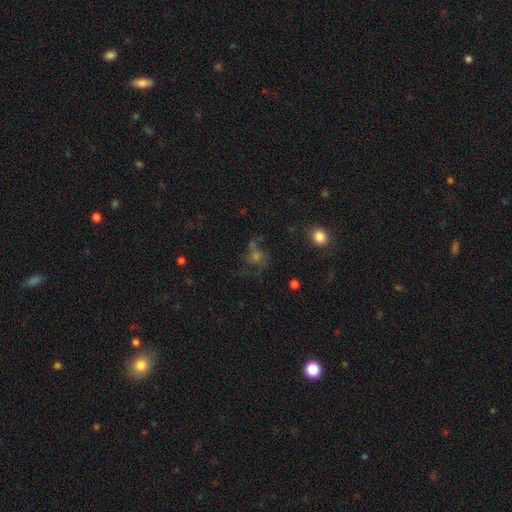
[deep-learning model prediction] featured or disk 37%, star or artifact 35%, smooth 28%. Down the decision tree: merging — none (54%).